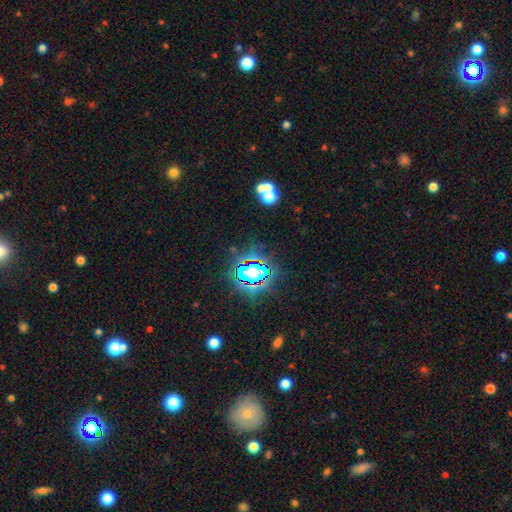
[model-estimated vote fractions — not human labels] Q: Smooth or featured?
A: star or artifact (81%); runner-up: smooth (12%)